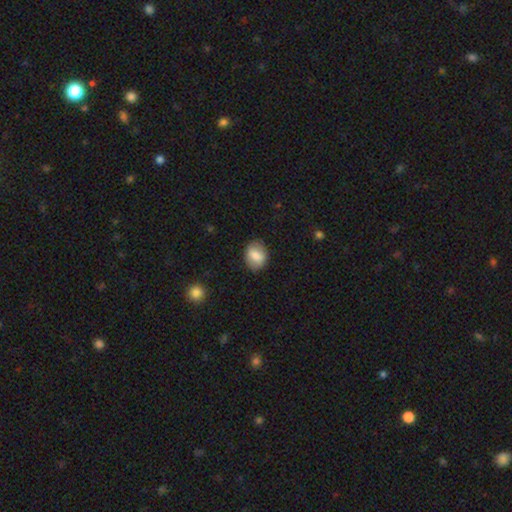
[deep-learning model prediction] smooth_or_featured: smooth (p=0.77) [alt: featured or disk p=0.16]
how_rounded: in between (p=0.62) [alt: round p=0.36]
merging: none (p=0.84) [alt: minor disturbance p=0.12]